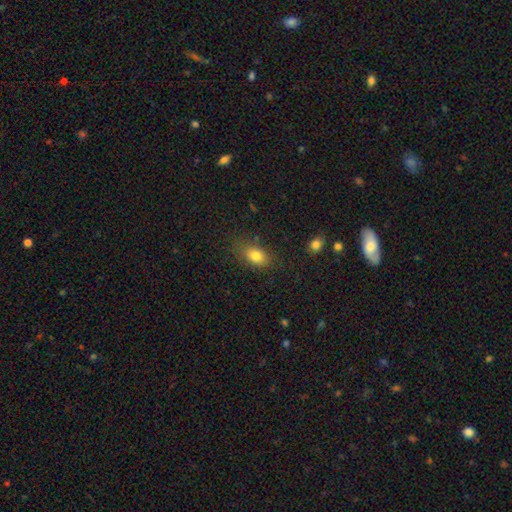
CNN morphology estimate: Overall: smooth (82%). How rounded: in between (84%). Merging: none (76%).